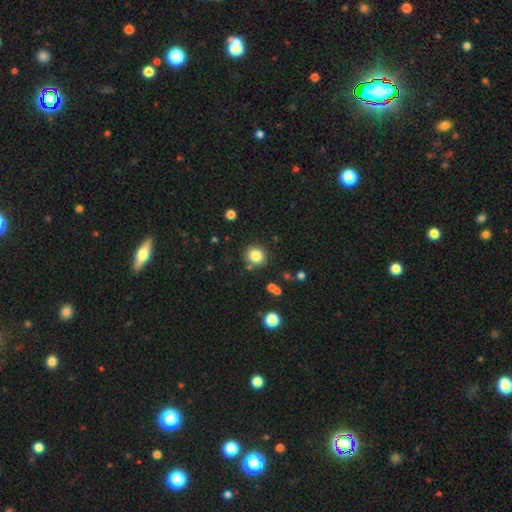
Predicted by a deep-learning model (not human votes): smooth 83%, star or artifact 11%, featured or disk 6%. Down the decision tree: how rounded — round (86%); merging — none (84%).